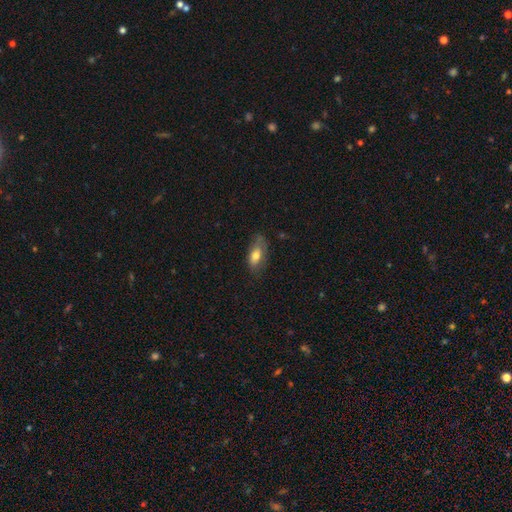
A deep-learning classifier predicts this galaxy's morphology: smooth-or-featured: smooth: 71% | featured or disk: 22% | star or artifact: 7%
  how-rounded: in between: 85% | cigar-shaped: 11% | round: 4%
  merging: none: 57% | minor disturbance: 30% | major disturbance: 11% | merger: 2%